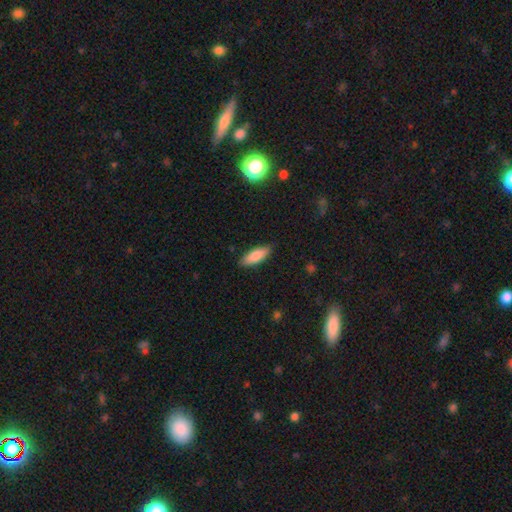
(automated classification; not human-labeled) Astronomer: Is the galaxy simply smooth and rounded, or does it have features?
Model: smooth — 83%.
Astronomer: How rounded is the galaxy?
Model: in between — 64%.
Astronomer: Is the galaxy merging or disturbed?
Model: none — 85%.